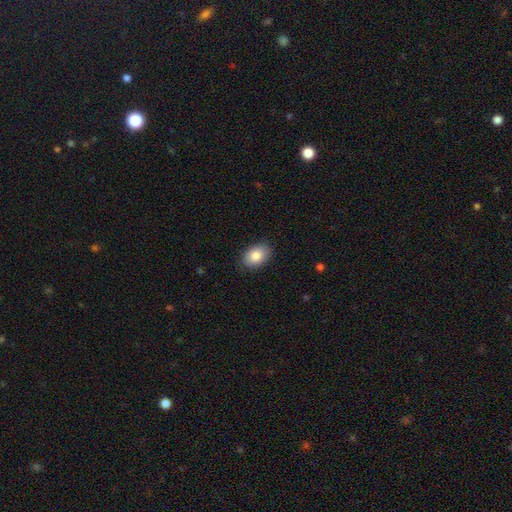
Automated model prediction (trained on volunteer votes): Smooth or featured?
  - smooth: 86% *
  - featured or disk: 7%
  - star or artifact: 7%
How rounded?
  - in between: 85% *
  - round: 14%
  - cigar-shaped: 1%
Merging?
  - none: 87% *
  - minor disturbance: 10%
  - major disturbance: 2%
  - merger: 1%